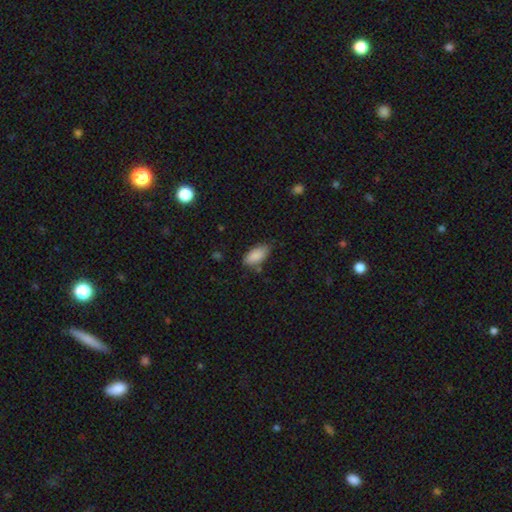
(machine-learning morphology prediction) This is clearly a smooth galaxy (88%). How rounded: clearly in between (92%). Merging: likely none (74%).